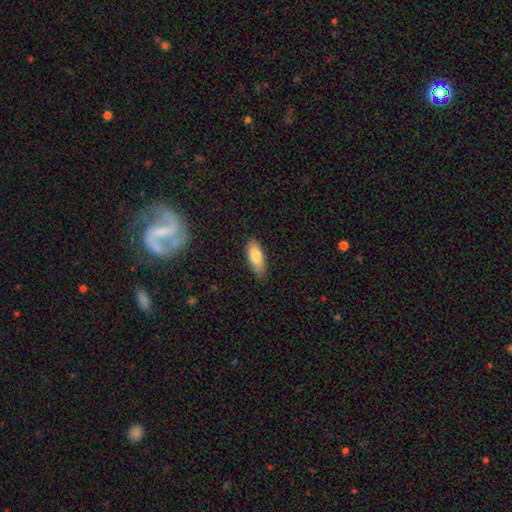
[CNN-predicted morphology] This appears to be a smooth galaxy with no disk features (81%) that is in between round and cigar-shaped (80%). Merging: none (81%).